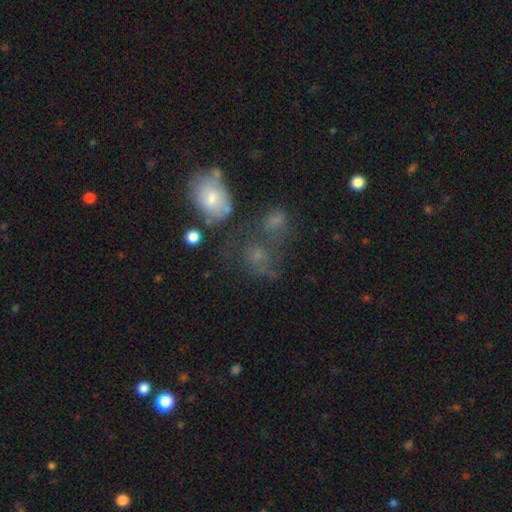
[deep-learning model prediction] Smooth or featured: smooth — 52% (featured or disk — 24%)
How rounded: round — 57% (in between — 41%)
Merging: none — 39% (merger — 29%)